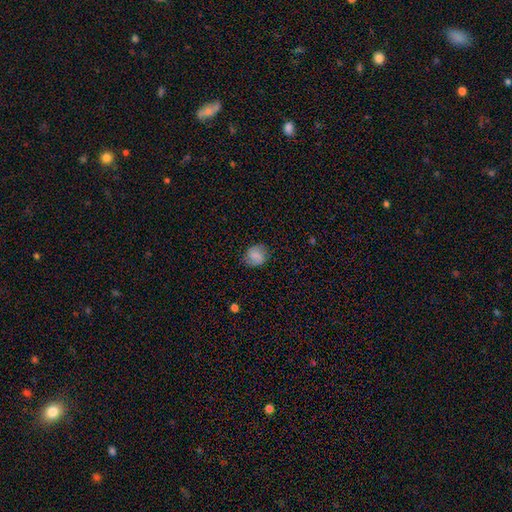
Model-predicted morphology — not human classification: Smooth or featured? smooth (73%)
How rounded? round (72%)
Merging? none (78%)